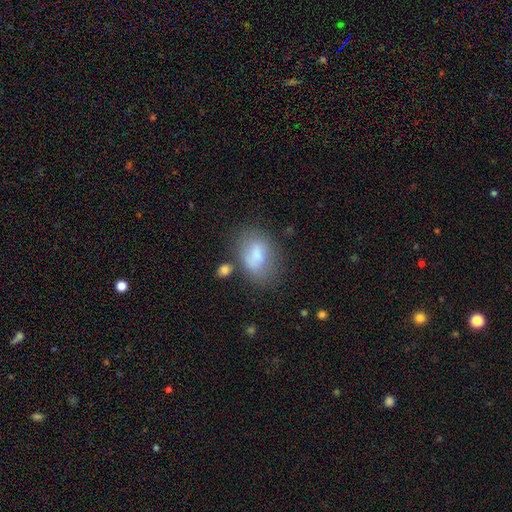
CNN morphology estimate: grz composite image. It shows a smooth galaxy with no disk features (73%) that is in between round and cigar-shaped (84%). Merging: none (51%).